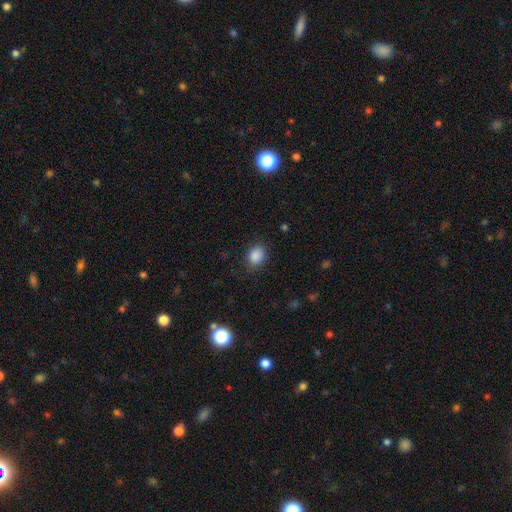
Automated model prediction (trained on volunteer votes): The model was most divided on "how rounded": in between: 61%, round: 38%, cigar-shaped: 1%. More confident: smooth or featured — smooth (88%); merging — none (82%).